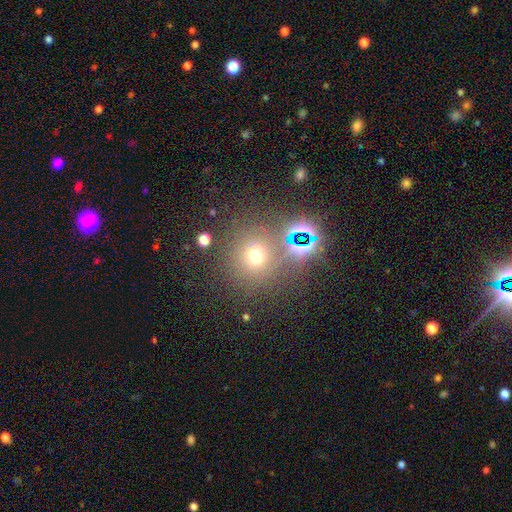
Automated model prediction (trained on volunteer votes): This is likely a smooth galaxy (60%). How rounded: clearly round (90%). Merging: likely none (75%).